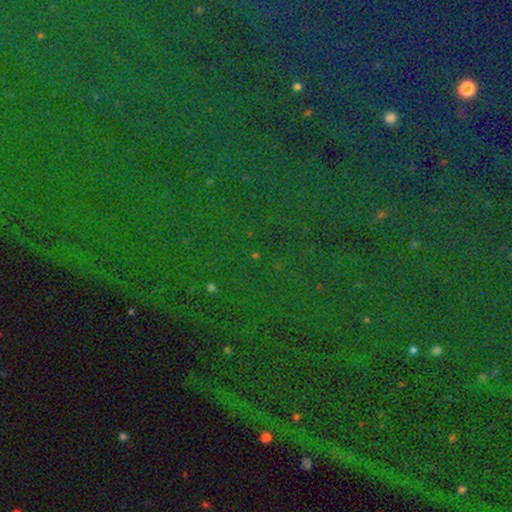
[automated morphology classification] smooth-or-featured: star or artifact: 76% | smooth: 16% | featured or disk: 8%